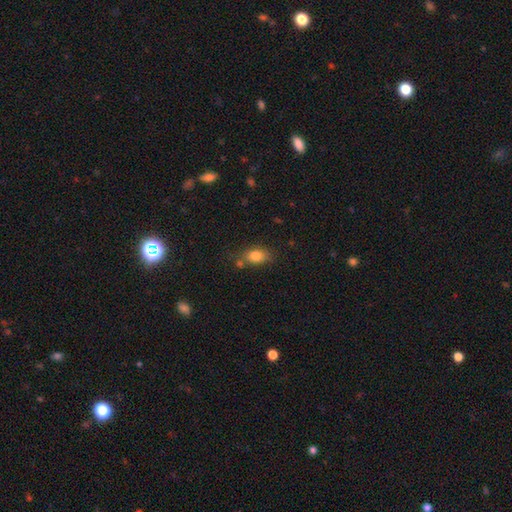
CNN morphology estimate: smooth_or_featured: smooth (p=0.82) [alt: star or artifact p=0.09]
how_rounded: in between (p=0.80) [alt: round p=0.16]
merging: none (p=0.65) [alt: minor disturbance p=0.18]